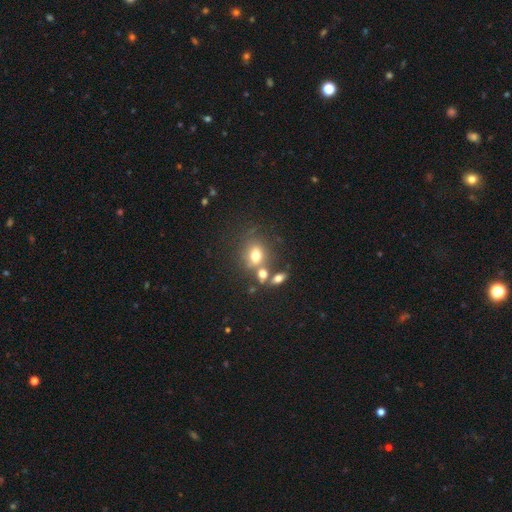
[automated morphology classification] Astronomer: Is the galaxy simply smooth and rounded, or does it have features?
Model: smooth — 71%.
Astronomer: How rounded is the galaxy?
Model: in between — 52% (runner-up: round, 46%).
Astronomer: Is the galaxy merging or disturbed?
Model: none — 52% (runner-up: merger, 29%).